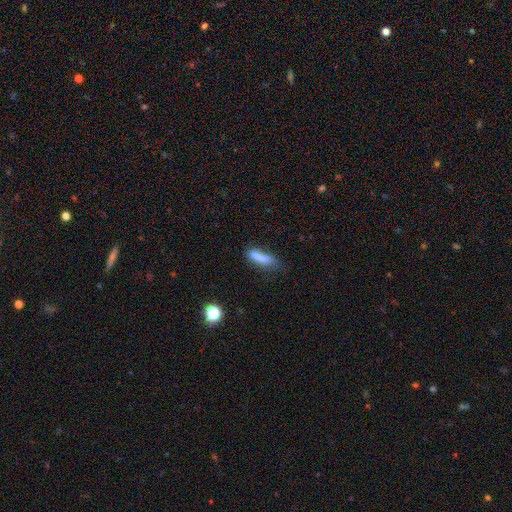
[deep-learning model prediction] Smooth or featured? Predicted: smooth (p=0.72). How rounded? Predicted: cigar-shaped (p=0.64). Merging? Predicted: none (p=0.45).